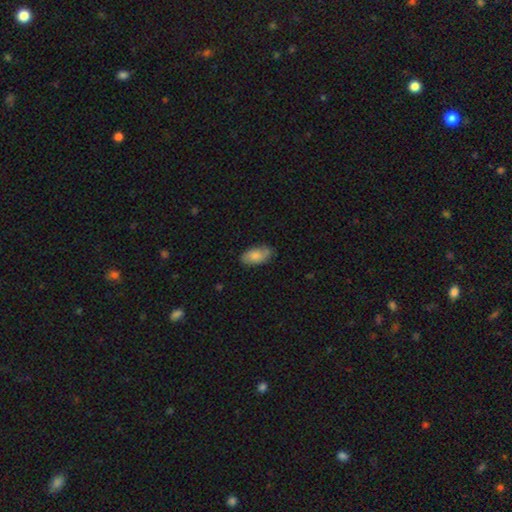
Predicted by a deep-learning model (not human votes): Smooth or featured: smooth — 72% (featured or disk — 21%)
How rounded: in between — 93% (cigar-shaped — 3%)
Merging: none — 74% (minor disturbance — 20%)